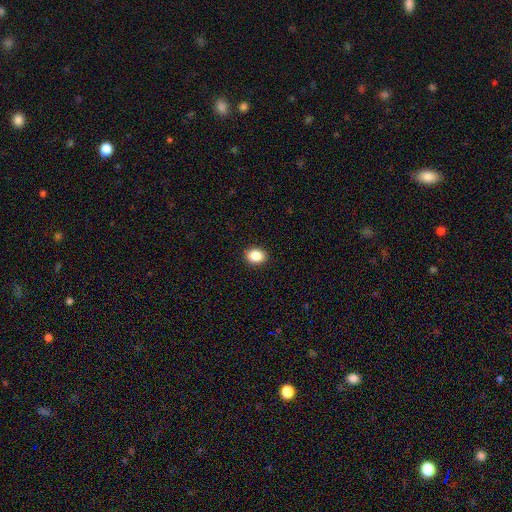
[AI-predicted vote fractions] smooth_or_featured: smooth (p=0.87) [alt: star or artifact p=0.09]
how_rounded: in between (p=0.55) [alt: round p=0.44]
merging: none (p=0.91) [alt: minor disturbance p=0.06]